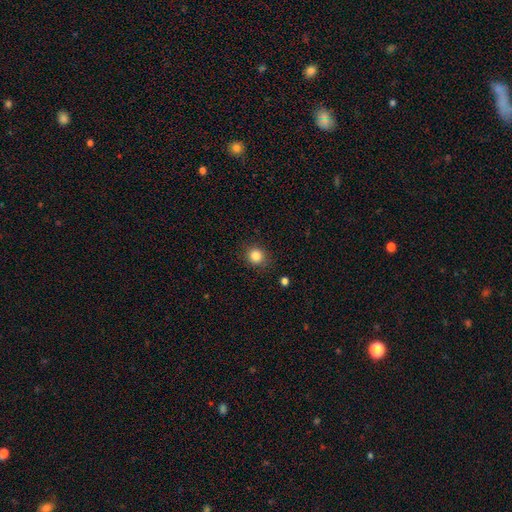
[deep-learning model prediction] smooth_or_featured: smooth (p=0.84) [alt: star or artifact p=0.11]
how_rounded: round (p=0.85) [alt: in between p=0.14]
merging: none (p=0.87) [alt: minor disturbance p=0.09]